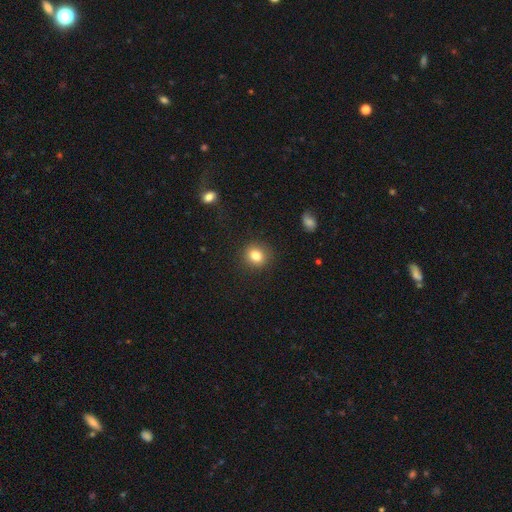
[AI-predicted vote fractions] This is clearly a smooth galaxy (83%). How rounded: likely round (70%). Merging: clearly none (88%).